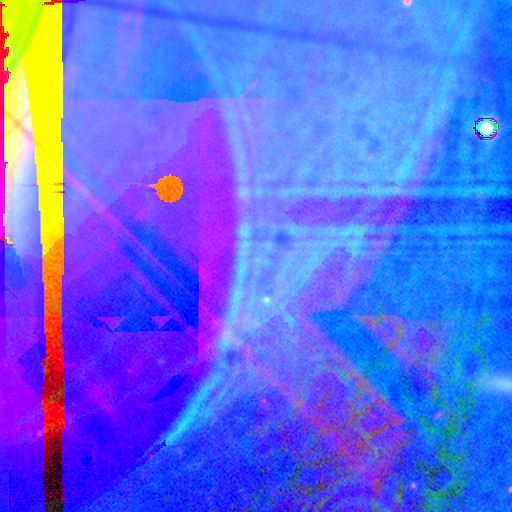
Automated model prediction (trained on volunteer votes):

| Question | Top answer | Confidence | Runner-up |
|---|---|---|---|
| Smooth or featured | star or artifact | 88% | featured or disk (7%) |